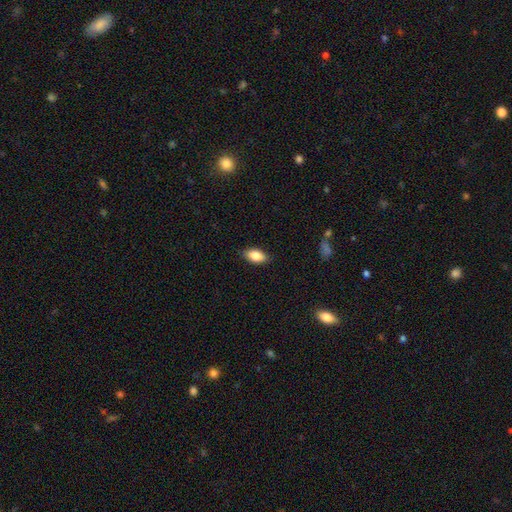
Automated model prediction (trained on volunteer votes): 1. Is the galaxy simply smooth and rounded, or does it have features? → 84% smooth, 9% featured or disk, 7% star or artifact.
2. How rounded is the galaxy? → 91% in between, 5% cigar-shaped, 4% round.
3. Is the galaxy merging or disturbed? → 87% none, 10% minor disturbance, 2% major disturbance, 1% merger.